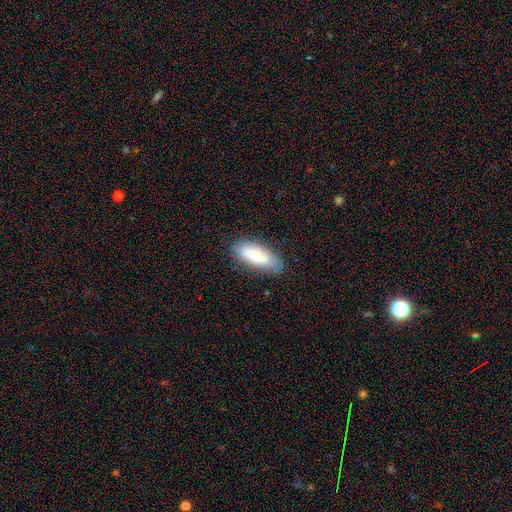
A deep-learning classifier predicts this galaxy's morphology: Smooth or featured? smooth (72%)
How rounded? in between (81%)
Merging? none (78%)